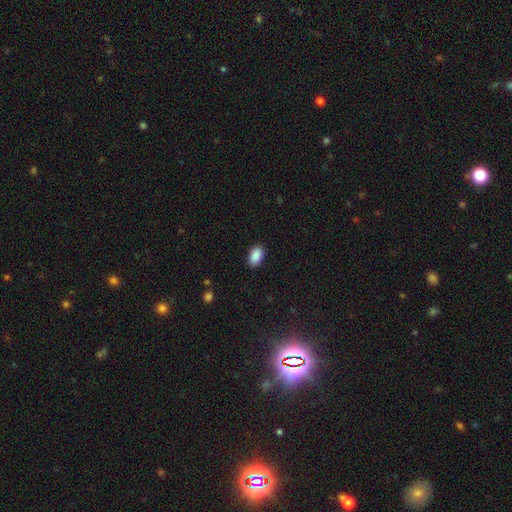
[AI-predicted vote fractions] The model was most divided on "merging": none: 88%, minor disturbance: 9%, major disturbance: 2%, merger: 1%. More confident: how rounded — in between (92%); smooth or featured — smooth (90%).